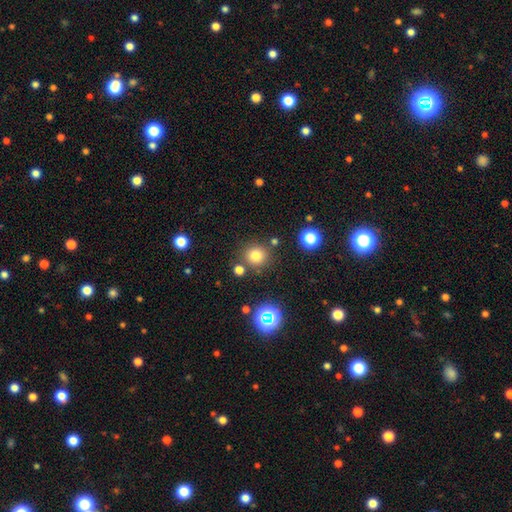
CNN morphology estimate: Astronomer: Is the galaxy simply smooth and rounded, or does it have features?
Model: smooth — 77%.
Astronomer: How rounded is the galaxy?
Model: round — 91%.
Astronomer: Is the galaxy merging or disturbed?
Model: none — 81%.